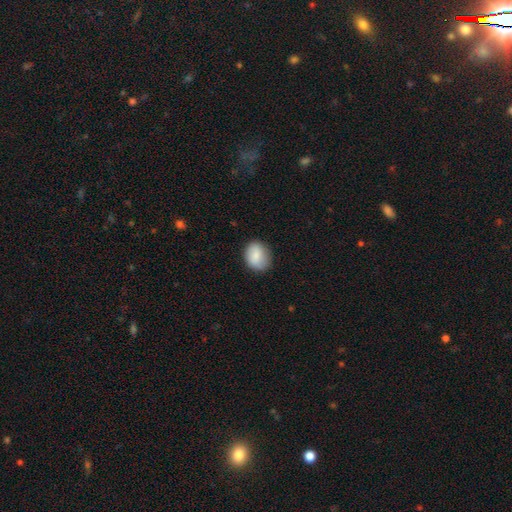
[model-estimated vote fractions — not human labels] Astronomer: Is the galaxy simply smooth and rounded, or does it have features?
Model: smooth — 83%.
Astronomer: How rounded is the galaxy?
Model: in between — 53% (runner-up: round, 46%).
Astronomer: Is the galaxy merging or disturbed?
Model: none — 80%.